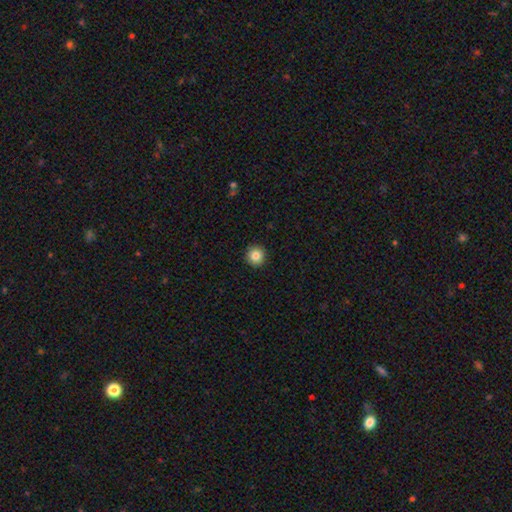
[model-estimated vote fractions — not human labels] smooth-or-featured: smooth: 84% | star or artifact: 10% | featured or disk: 6%
  how-rounded: round: 96% | in between: 4% | cigar-shaped: 1%
  merging: none: 93% | minor disturbance: 4% | major disturbance: 1% | merger: 1%